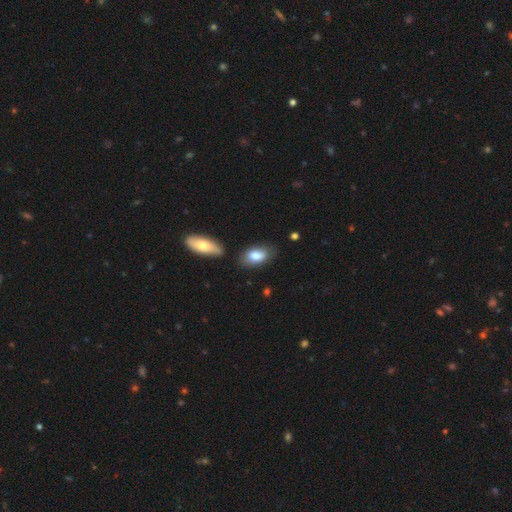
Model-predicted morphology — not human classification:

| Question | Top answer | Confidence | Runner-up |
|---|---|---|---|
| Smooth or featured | smooth | 81% | featured or disk (13%) |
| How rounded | in between | 92% | round (5%) |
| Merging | none | 73% | minor disturbance (16%) |